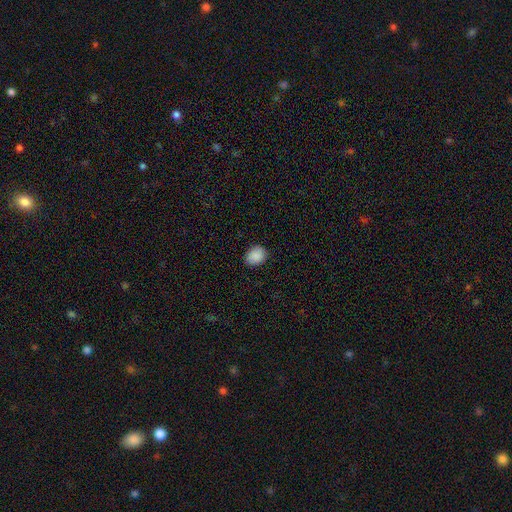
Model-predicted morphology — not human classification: smooth_or_featured: smooth (p=0.89) [alt: star or artifact p=0.08]
how_rounded: in between (p=0.51) [alt: round p=0.48]
merging: none (p=0.87) [alt: minor disturbance p=0.10]